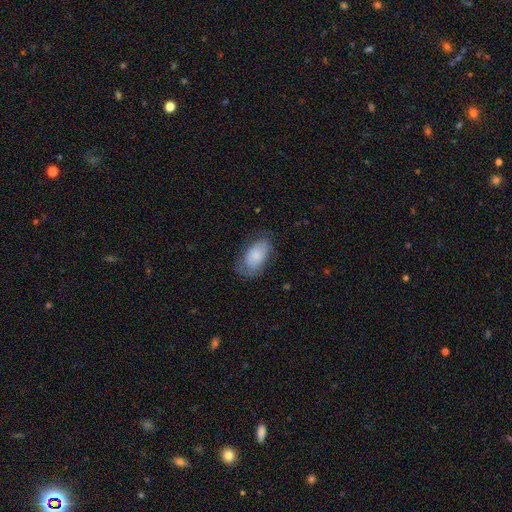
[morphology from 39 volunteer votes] Smooth or featured? 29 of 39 (74%) said smooth. How rounded? 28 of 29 (97%) said in between. Merging? 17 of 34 (50%) said none.